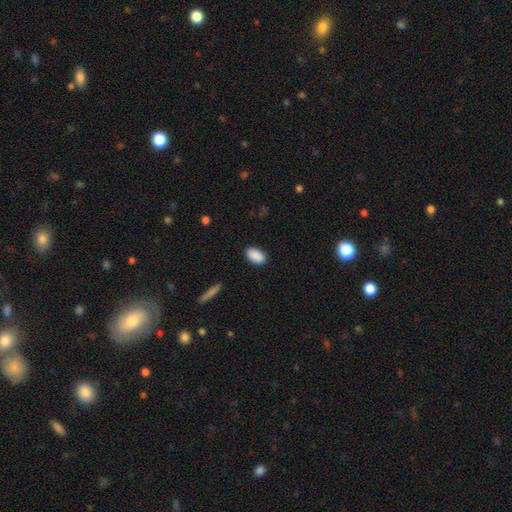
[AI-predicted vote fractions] Morphology: type=smooth (90%); roundness=in between (93%); merging=none (88%).